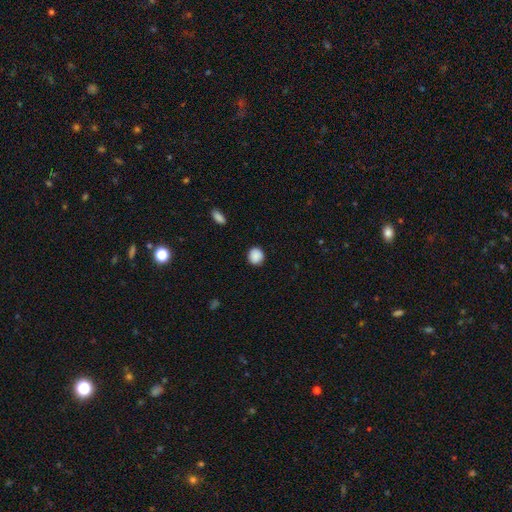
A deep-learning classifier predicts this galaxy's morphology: Smooth or featured?
  - smooth: 89% *
  - star or artifact: 8%
  - featured or disk: 3%
How rounded?
  - round: 86% *
  - in between: 13%
  - cigar-shaped: 1%
Merging?
  - none: 88% *
  - minor disturbance: 8%
  - major disturbance: 2%
  - merger: 1%